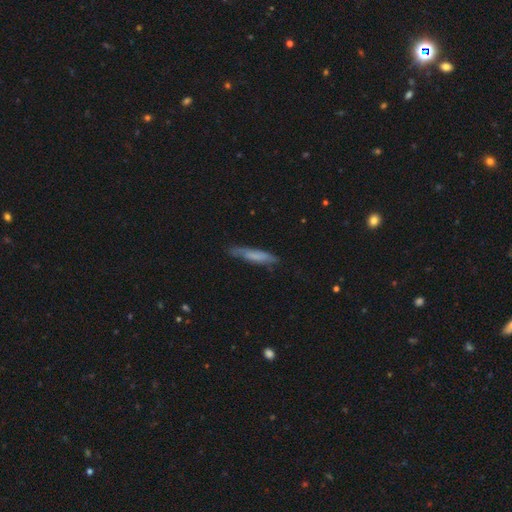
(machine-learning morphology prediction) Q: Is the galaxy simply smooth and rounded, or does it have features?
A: smooth — 64%.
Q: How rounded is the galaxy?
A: cigar-shaped — 88%.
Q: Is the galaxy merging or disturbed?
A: none — 75%.